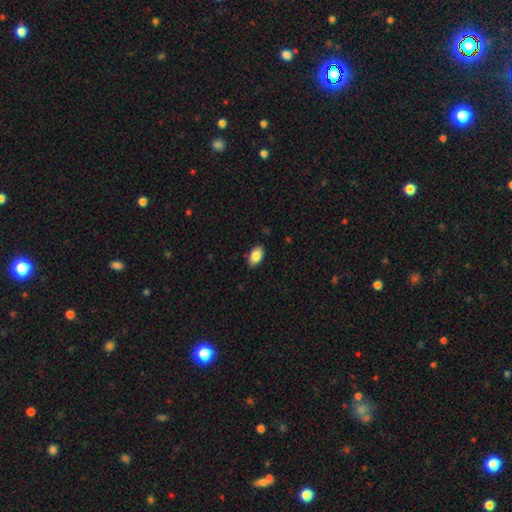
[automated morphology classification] Smooth or featured?
  - smooth: 86% *
  - star or artifact: 7%
  - featured or disk: 6%
How rounded?
  - in between: 92% *
  - round: 6%
  - cigar-shaped: 2%
Merging?
  - none: 86% *
  - minor disturbance: 10%
  - major disturbance: 2%
  - merger: 1%